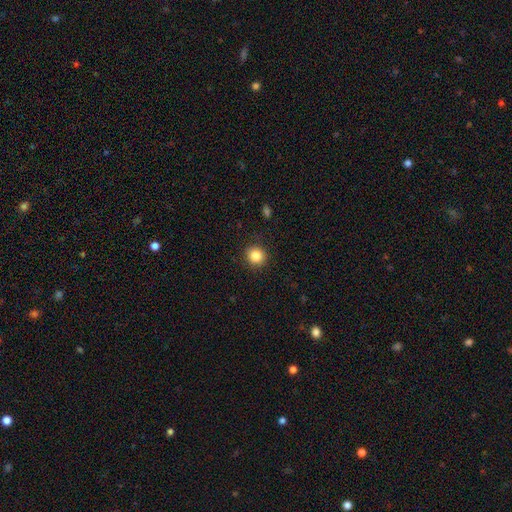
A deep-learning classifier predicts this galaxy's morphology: This is clearly a smooth galaxy (85%). How rounded: clearly round (91%). Merging: clearly none (90%).